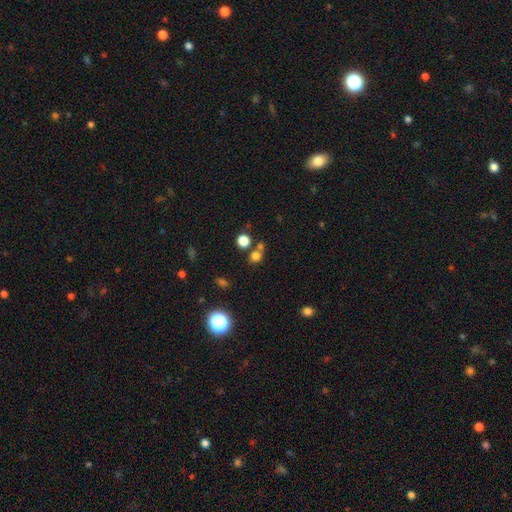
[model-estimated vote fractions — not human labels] Smooth or featured? smooth (70%)
How rounded? round (79%)
Merging? none (61%)